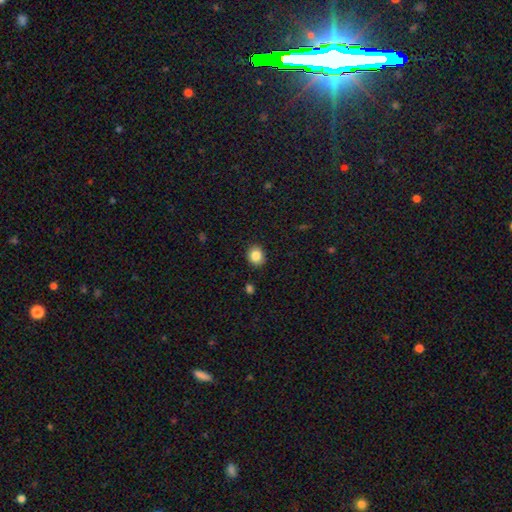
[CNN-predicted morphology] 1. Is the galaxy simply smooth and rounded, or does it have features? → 85% smooth, 9% star or artifact, 6% featured or disk.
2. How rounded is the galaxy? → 71% round, 28% in between, 1% cigar-shaped.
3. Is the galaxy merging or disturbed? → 88% none, 8% minor disturbance, 2% major disturbance, 1% merger.